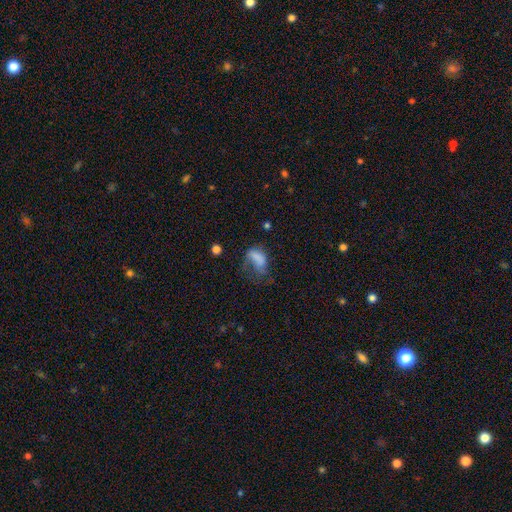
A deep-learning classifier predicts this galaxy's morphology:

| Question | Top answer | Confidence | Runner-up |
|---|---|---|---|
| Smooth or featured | smooth | 58% | featured or disk (25%) |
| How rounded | in between | 83% | round (11%) |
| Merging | major disturbance | 42% | none (29%) |